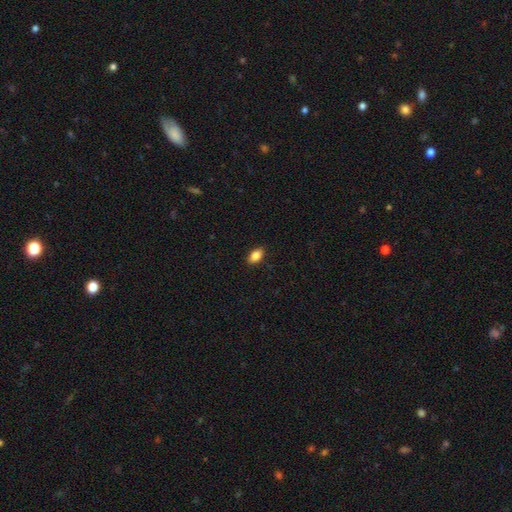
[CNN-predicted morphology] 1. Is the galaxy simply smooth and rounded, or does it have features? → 85% smooth, 8% star or artifact, 7% featured or disk.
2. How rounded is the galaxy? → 91% in between, 5% round, 4% cigar-shaped.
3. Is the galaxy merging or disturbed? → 89% none, 9% minor disturbance, 2% major disturbance, 1% merger.